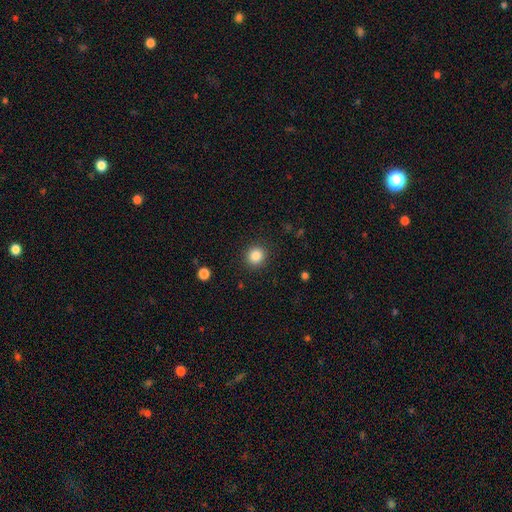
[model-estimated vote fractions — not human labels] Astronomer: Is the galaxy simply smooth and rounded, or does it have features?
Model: smooth — 85%.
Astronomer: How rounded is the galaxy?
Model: round — 88%.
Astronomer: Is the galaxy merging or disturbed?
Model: none — 90%.